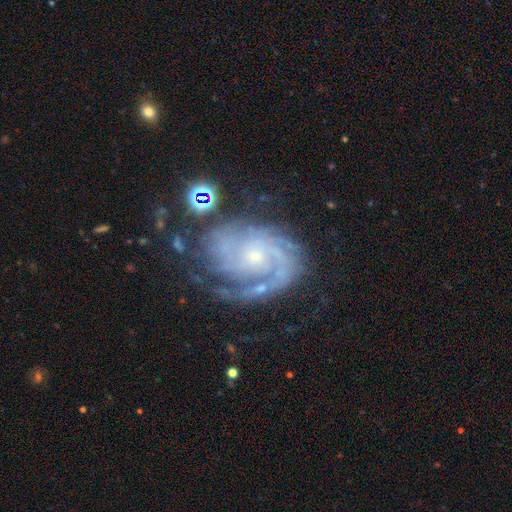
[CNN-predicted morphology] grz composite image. It shows a featured or disk galaxy (89%) with no bar (73%), 2 (32%) tight (62%) spiral arms (98%) and a small central bulge (76%). Merging: none (60%).